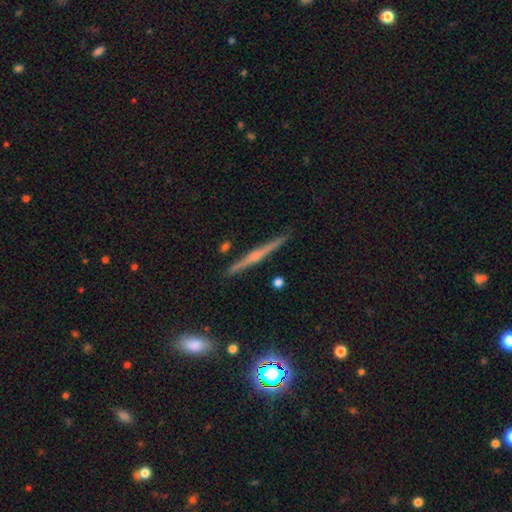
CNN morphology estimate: Smooth or featured: featured or disk — 73% (smooth — 18%)
Edge-on disk: yes — 98% (no — 2%)
Edge-on bulge: rounded — 73% (none — 18%)
Merging: none — 91% (minor disturbance — 6%)